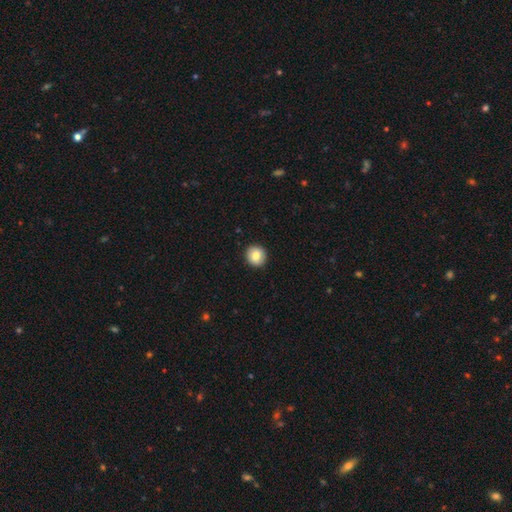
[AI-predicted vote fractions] This appears to be a smooth galaxy with no disk features (82%) that is round (92%). Merging: none (92%).